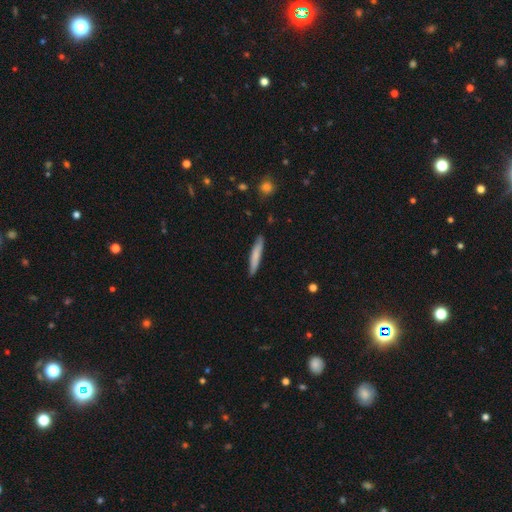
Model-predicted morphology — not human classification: A smooth galaxy with no disk features (74%) that is cigar-shaped (93%). Merging: none (85%).